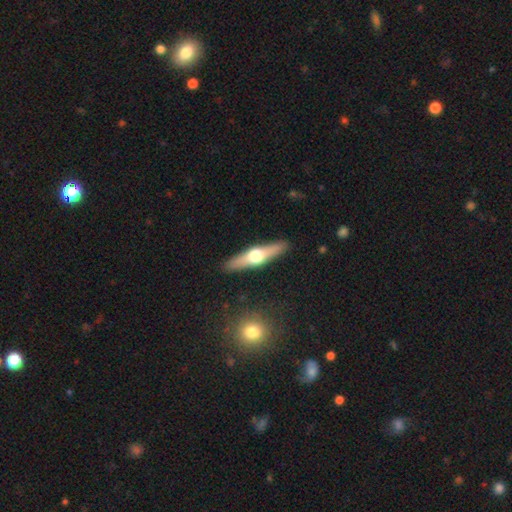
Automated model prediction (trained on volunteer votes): Morphology: type=featured or disk (61%); edge-on=yes (94%); edge-on bulge=rounded (95%); merging=none (90%).